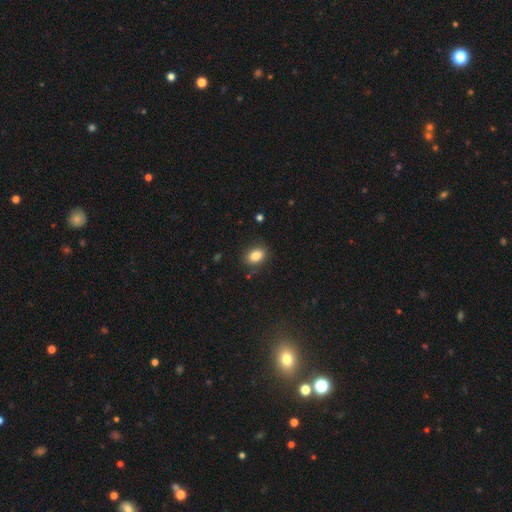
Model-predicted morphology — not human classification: smooth_or_featured: smooth (p=0.84) [alt: star or artifact p=0.09]
how_rounded: in between (p=0.77) [alt: round p=0.22]
merging: none (p=0.84) [alt: minor disturbance p=0.11]